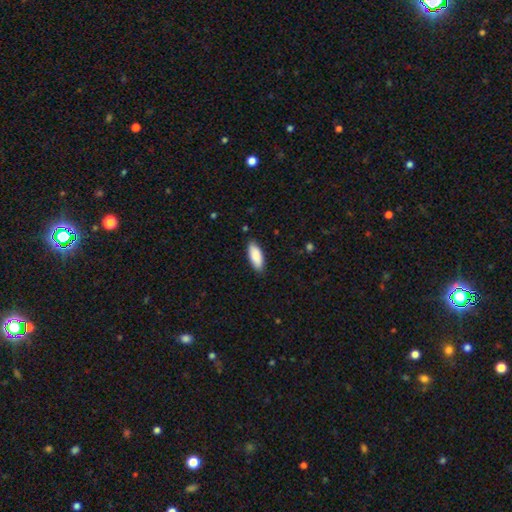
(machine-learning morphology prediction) A smooth galaxy with no disk features (88%) that is in between round and cigar-shaped (76%).

Vote fractions:
- Smooth or featured? smooth: 88% / featured or disk: 7% / star or artifact: 6%
- How rounded? in between: 76% / cigar-shaped: 23% / round: 2%
- Merging? none: 86% / minor disturbance: 11% / major disturbance: 2% / merger: 1%